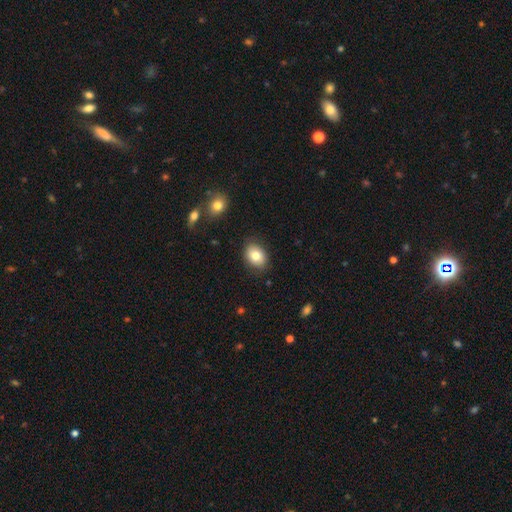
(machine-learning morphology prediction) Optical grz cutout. It shows a smooth galaxy with no disk features (80%) that is in between round and cigar-shaped (72%). Merging: none (84%).